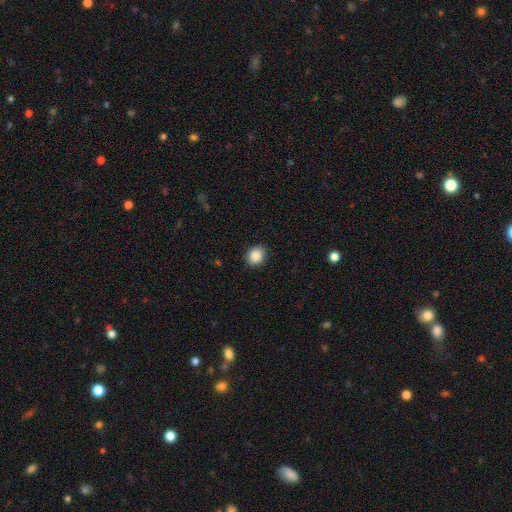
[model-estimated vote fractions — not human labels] smooth-or-featured: smooth: 89% | star or artifact: 8% | featured or disk: 3%
  how-rounded: round: 64% | in between: 35% | cigar-shaped: 1%
  merging: none: 89% | minor disturbance: 8% | major disturbance: 2% | merger: 1%